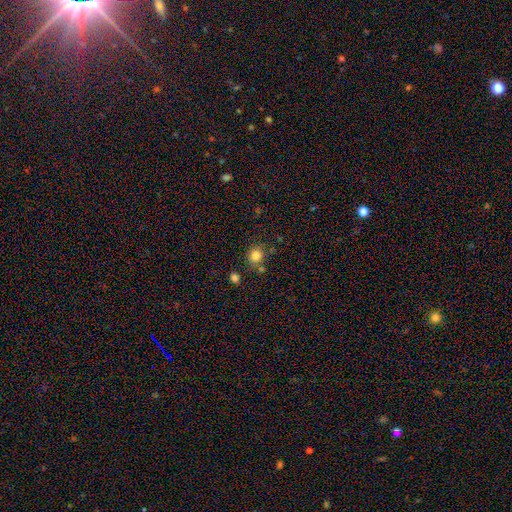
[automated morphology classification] The model was most divided on "merging": none: 73%, minor disturbance: 12%, merger: 11%, major disturbance: 4%. More confident: how rounded — round (84%); smooth or featured — smooth (82%).